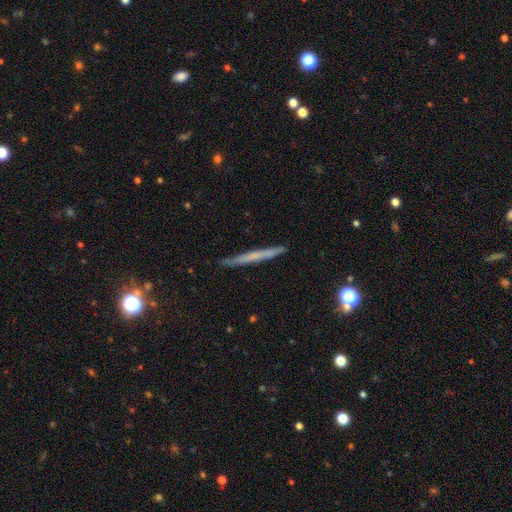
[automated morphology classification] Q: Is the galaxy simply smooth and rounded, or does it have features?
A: featured or disk — 48%.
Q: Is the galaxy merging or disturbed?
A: none — 89%.